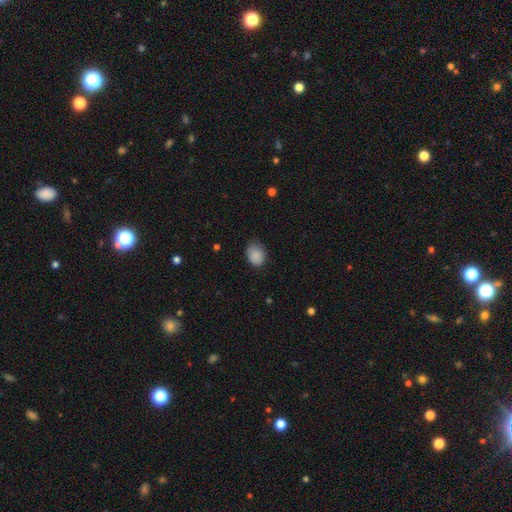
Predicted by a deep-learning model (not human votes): smooth 87%, star or artifact 8%, featured or disk 5%. Down the decision tree: how rounded — in between (64%); merging — none (64%).